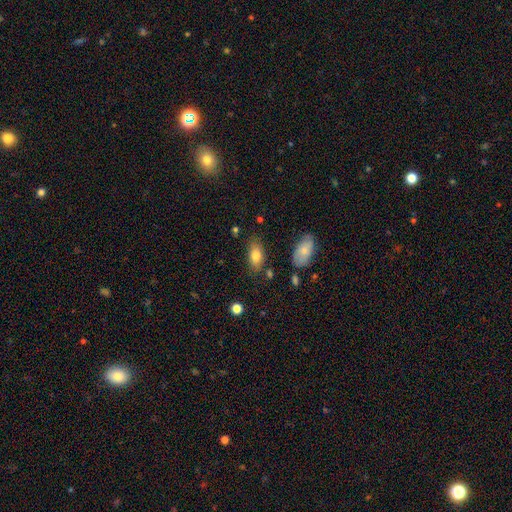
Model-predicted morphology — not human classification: This appears to be a smooth galaxy with no disk features (80%) that is in between round and cigar-shaped (90%). Merging: none (76%).